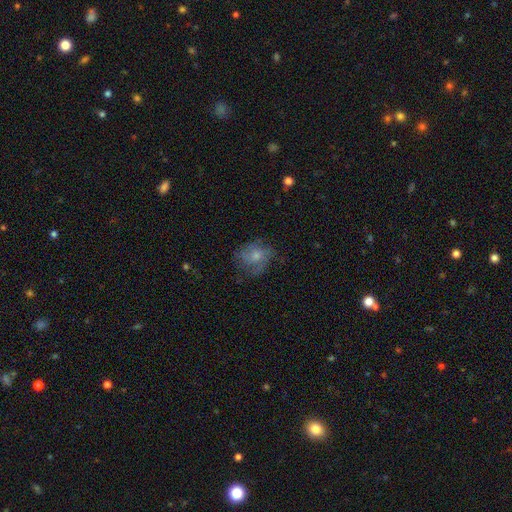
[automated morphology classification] Smooth or featured?
  - featured or disk: 50% *
  - smooth: 36%
  - star or artifact: 15%
Merging?
  - none: 66% *
  - minor disturbance: 21%
  - major disturbance: 12%
  - merger: 1%